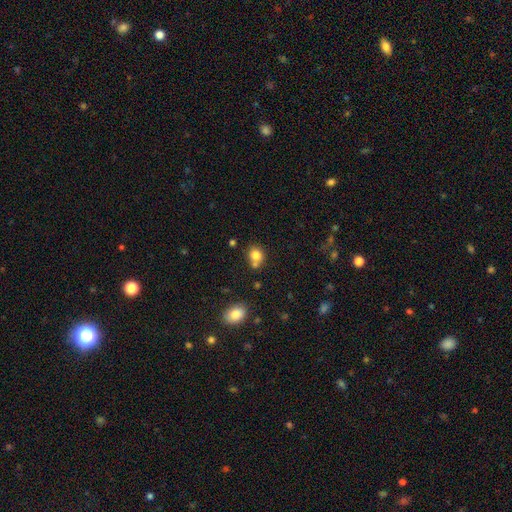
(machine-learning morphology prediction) smooth 81%, star or artifact 11%, featured or disk 8%. Down the decision tree: how rounded — round (71%); merging — none (51%).